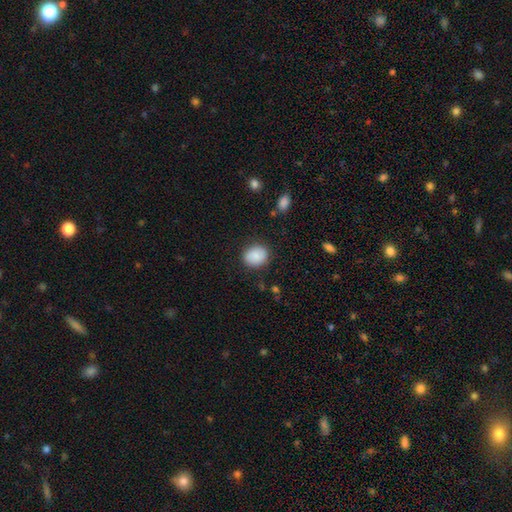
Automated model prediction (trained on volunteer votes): Smooth or featured?
  - smooth: 86% *
  - star or artifact: 8%
  - featured or disk: 6%
How rounded?
  - round: 57% *
  - in between: 42%
  - cigar-shaped: 1%
Merging?
  - none: 84% *
  - minor disturbance: 11%
  - major disturbance: 3%
  - merger: 1%